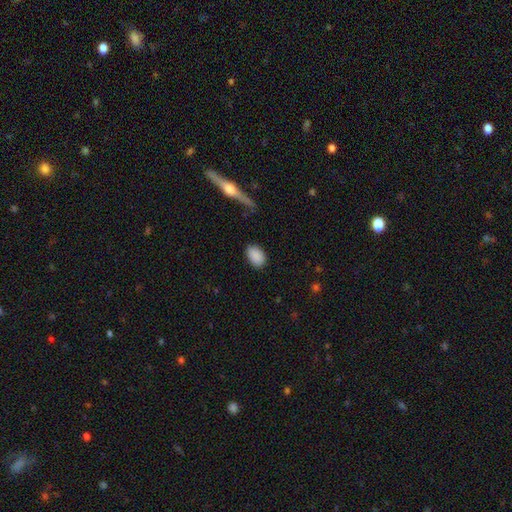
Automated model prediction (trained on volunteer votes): smooth-or-featured: smooth: 89% | star or artifact: 7% | featured or disk: 4%
  how-rounded: in between: 87% | round: 12% | cigar-shaped: 2%
  merging: none: 83% | minor disturbance: 12% | major disturbance: 3% | merger: 2%